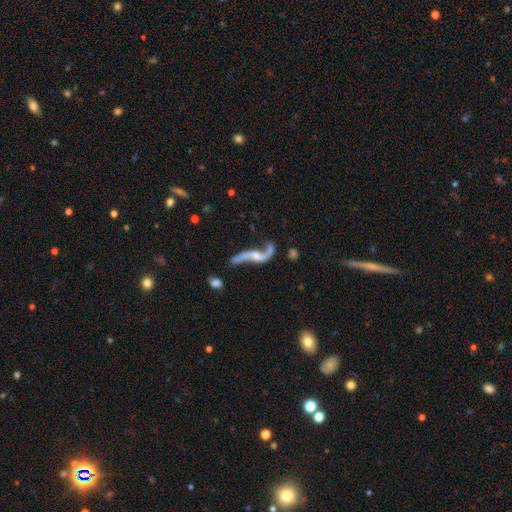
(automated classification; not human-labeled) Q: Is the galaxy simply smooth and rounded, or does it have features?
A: featured or disk — 88%.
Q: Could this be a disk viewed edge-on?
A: no — 88%.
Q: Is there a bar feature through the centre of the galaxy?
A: no — 53%.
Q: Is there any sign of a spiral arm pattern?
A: yes — 95%.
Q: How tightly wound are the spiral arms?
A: loose — 93%.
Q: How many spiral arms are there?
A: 2 — 93%.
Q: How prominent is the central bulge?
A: small — 45%.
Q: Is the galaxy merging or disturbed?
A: none — 62%.